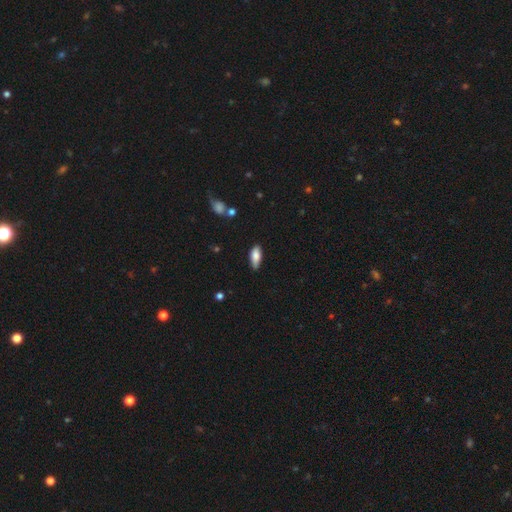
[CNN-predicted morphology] This appears to be a smooth galaxy with no disk features (80%) that is in between round and cigar-shaped (79%). Merging: none (78%).